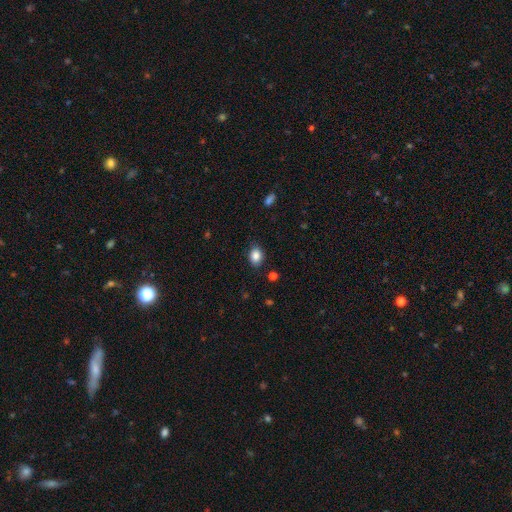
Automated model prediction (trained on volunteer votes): Overall: smooth (85%). How rounded: in between (65%; round 34%). Merging: none (82%).